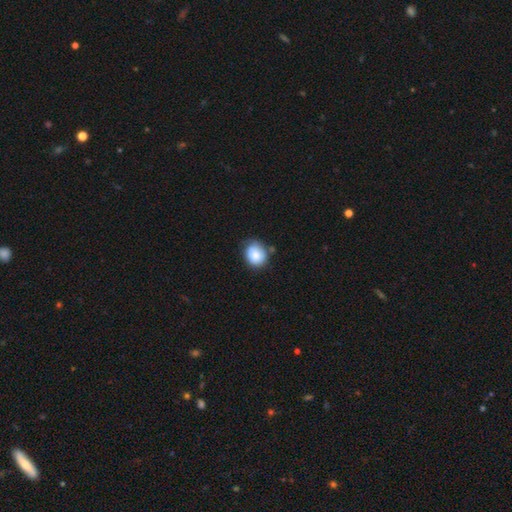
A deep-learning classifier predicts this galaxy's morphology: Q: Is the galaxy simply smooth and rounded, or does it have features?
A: smooth — 82%.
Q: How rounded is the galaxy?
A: round — 64%.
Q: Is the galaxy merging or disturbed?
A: none — 60%.